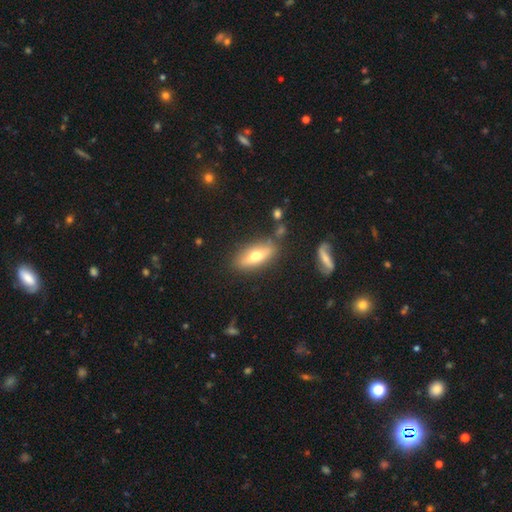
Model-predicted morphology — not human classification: A smooth galaxy with no disk features (60%) that is in between round and cigar-shaped (70%).

Vote fractions:
- Smooth or featured? smooth: 60% / featured or disk: 33% / star or artifact: 7%
- How rounded? in between: 70% / cigar-shaped: 27% / round: 3%
- Merging? none: 79% / minor disturbance: 13% / merger: 4% / major disturbance: 4%